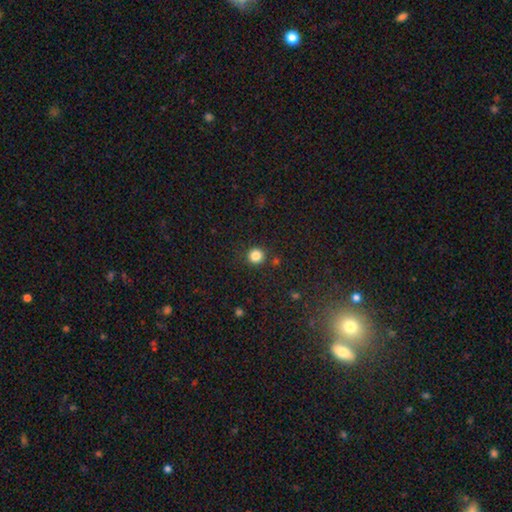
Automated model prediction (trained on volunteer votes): Smooth or featured? smooth (84%)
How rounded? round (94%)
Merging? none (89%)